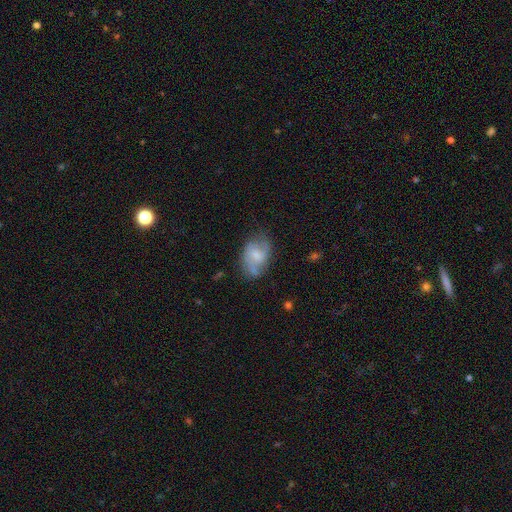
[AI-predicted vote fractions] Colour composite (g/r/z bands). It shows a featured or disk galaxy (51%). Merging: none (56%).